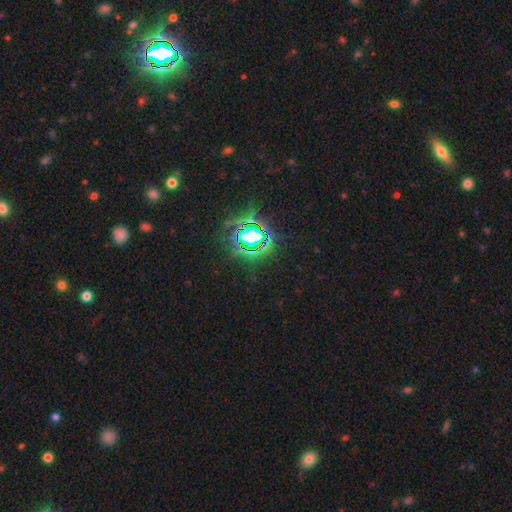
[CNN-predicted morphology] This appears to be a star or artifact, not a galaxy (82%).